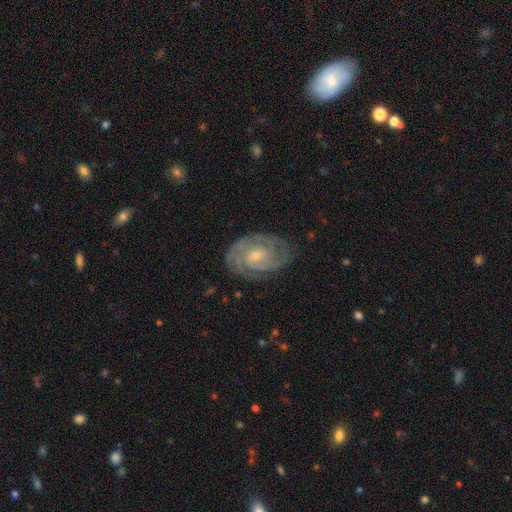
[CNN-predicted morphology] smooth-or-featured: featured or disk: 87% | smooth: 7% | star or artifact: 5%
  disk-edge-on: no: 97% | yes: 3%
    bar: no: 63% | weak: 30% | strong: 7%
    has-spiral-arms: yes: 97% | no: 3%
      spiral-winding: tight: 70% | medium: 26% | loose: 4%
      spiral-arm-count: 2: 52% | 3: 20% | can't tell: 15% | 4: 5% | 1: 4% | more than 4: 4%
    bulge-size: small: 66% | moderate: 30% | none: 2% | large: 1% | dominant: 1%
  merging: none: 79% | minor disturbance: 15% | major disturbance: 5% | merger: 1%